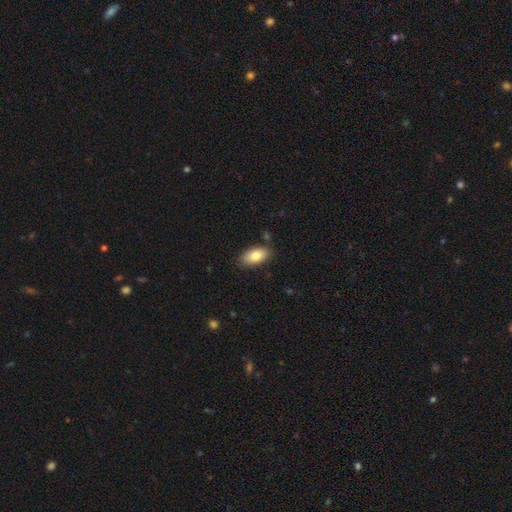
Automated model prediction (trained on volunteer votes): smooth 83%, featured or disk 11%, star or artifact 7%. Down the decision tree: how rounded — in between (91%); merging — none (82%).